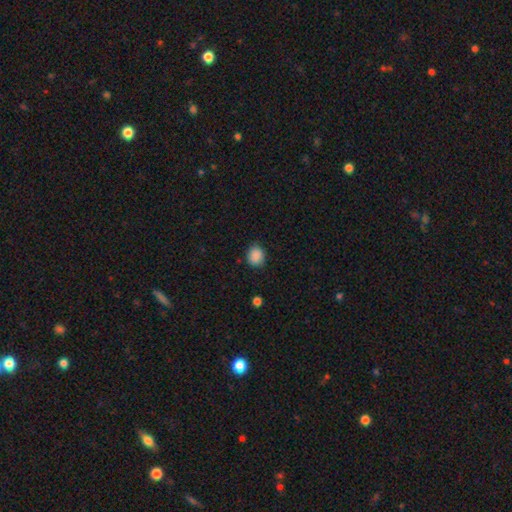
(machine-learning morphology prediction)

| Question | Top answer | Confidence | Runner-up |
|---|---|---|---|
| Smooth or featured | smooth | 87% | star or artifact (9%) |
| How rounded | round | 62% | in between (37%) |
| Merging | none | 81% | minor disturbance (15%) |